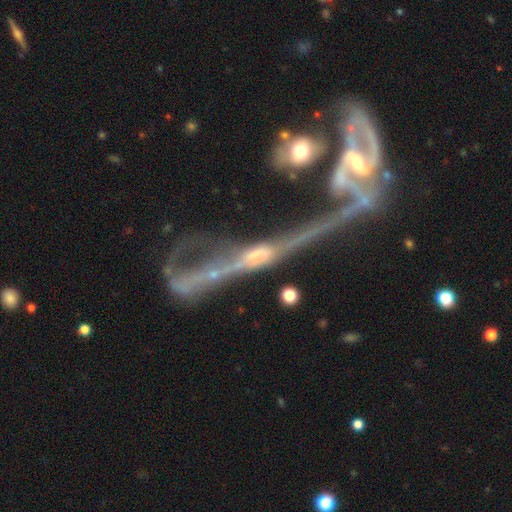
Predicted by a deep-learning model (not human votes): Overall: featured or disk (78%). Edge-on disk: yes (52%; no 48%). Merging: merger (44%; major disturbance 27%).